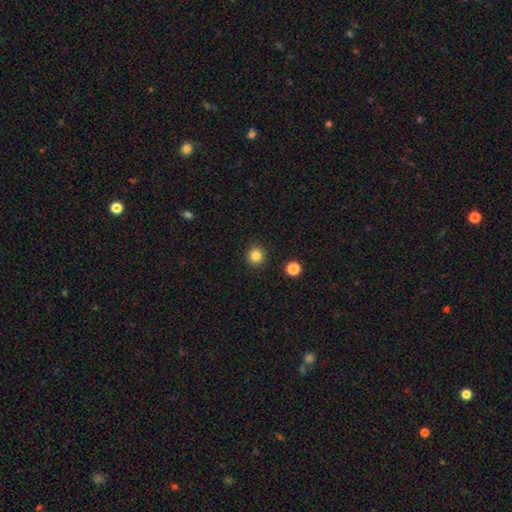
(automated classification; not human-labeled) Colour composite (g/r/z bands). It shows a smooth galaxy with no disk features (84%) that is round (93%). Merging: none (92%).